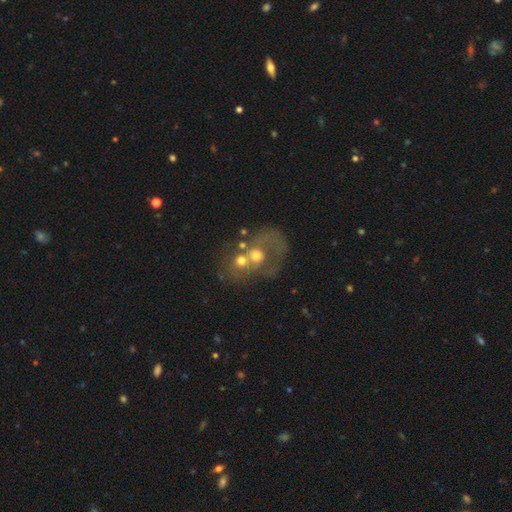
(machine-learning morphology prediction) smooth-or-featured: featured or disk: 50% | smooth: 36% | star or artifact: 14%
  disk-edge-on: no: 97% | yes: 3%
  merging: merger: 63% | none: 18% | major disturbance: 11% | minor disturbance: 8%